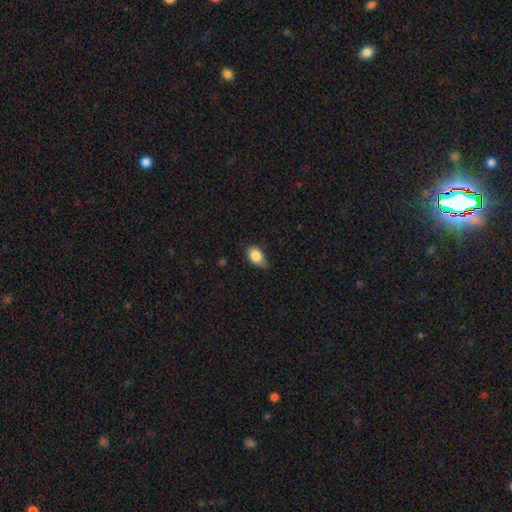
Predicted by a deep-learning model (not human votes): This is clearly a smooth galaxy (85%). How rounded: clearly in between (86%). Merging: possibly none (56%).